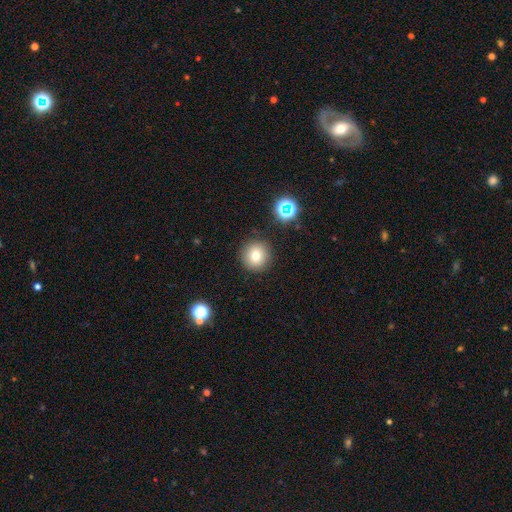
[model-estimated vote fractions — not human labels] Smooth or featured? Predicted: smooth (p=0.75). How rounded? Predicted: round (p=0.95). Merging? Predicted: none (p=0.88).